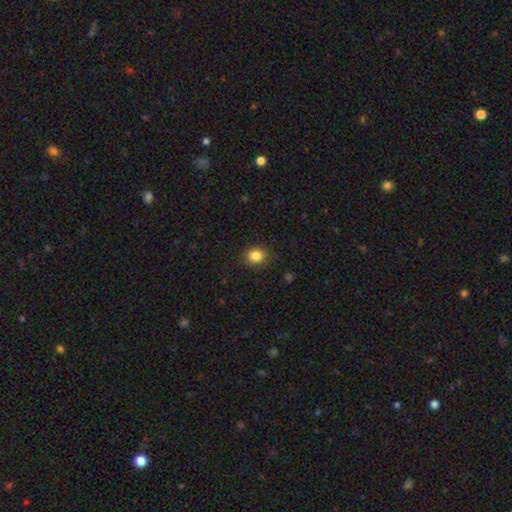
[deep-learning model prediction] smooth_or_featured: smooth (p=0.85) [alt: star or artifact p=0.11]
how_rounded: round (p=0.74) [alt: in between p=0.25]
merging: none (p=0.87) [alt: minor disturbance p=0.09]